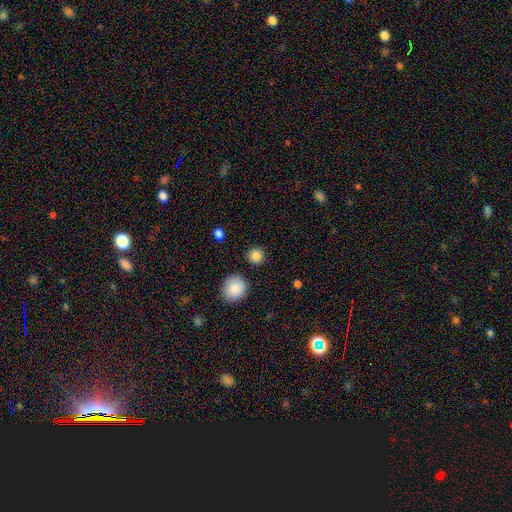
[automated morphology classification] This appears to be a smooth galaxy with no disk features (86%) that is round (93%). Merging: none (87%).